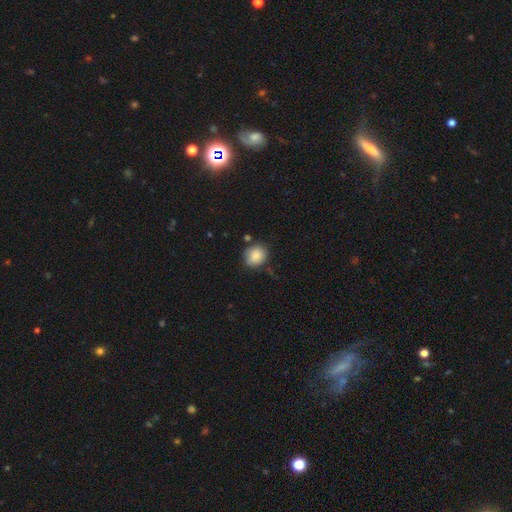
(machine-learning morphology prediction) smooth_or_featured: smooth (p=0.87) [alt: star or artifact p=0.08]
how_rounded: round (p=0.64) [alt: in between p=0.35]
merging: none (p=0.74) [alt: minor disturbance p=0.17]